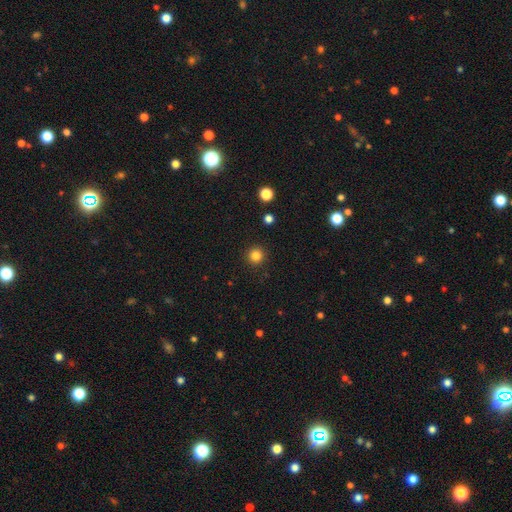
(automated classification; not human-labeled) smooth 83%, star or artifact 12%, featured or disk 4%. Down the decision tree: how rounded — round (95%); merging — none (92%).